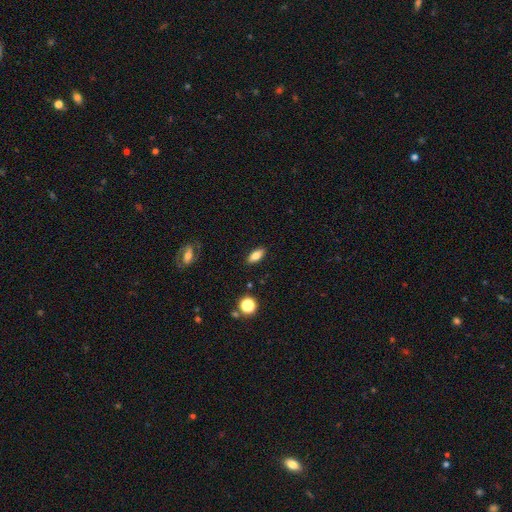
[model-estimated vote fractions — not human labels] Overall: smooth (74%). How rounded: in between (79%). Merging: none (89%).